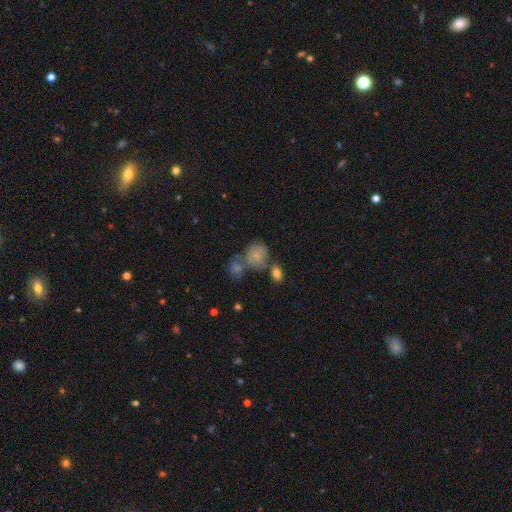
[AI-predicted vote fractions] Morphology: type=smooth (76%); roundness=round (65%); merging=none (43%).